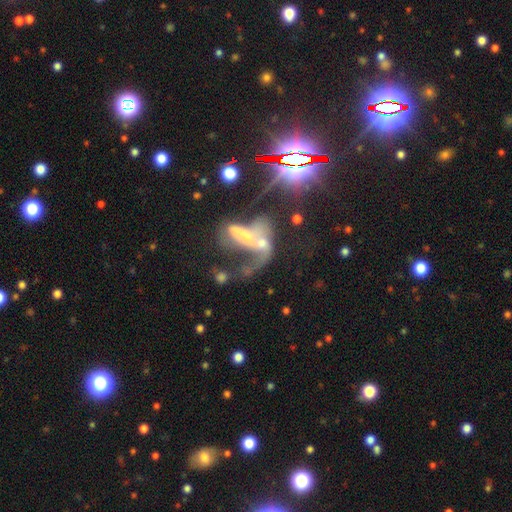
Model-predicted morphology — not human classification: This appears to be a featured or disk galaxy (55%). Merging: merger (60%).